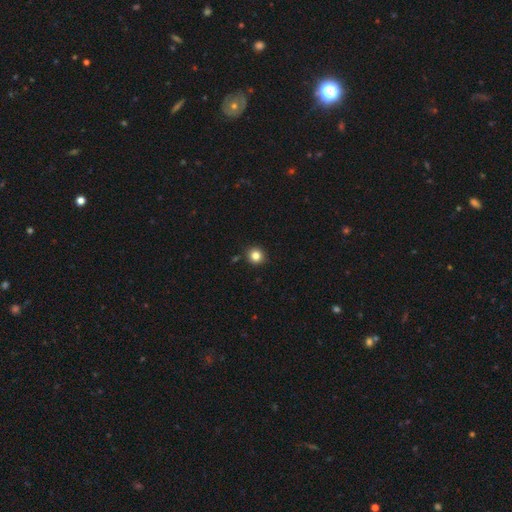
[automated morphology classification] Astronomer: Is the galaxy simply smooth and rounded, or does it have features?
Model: smooth — 83%.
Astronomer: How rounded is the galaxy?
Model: round — 89%.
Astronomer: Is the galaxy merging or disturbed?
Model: none — 89%.